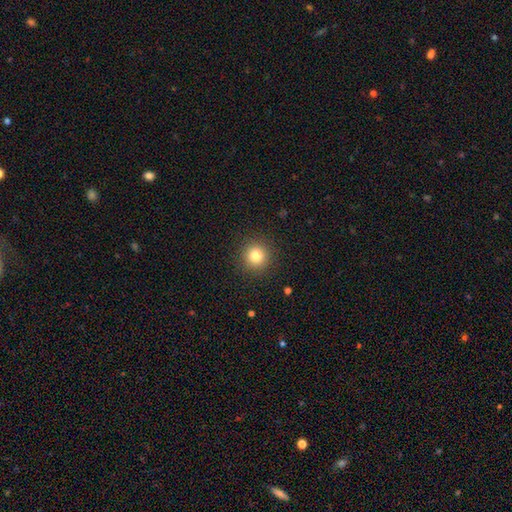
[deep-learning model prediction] This is clearly a smooth galaxy (83%). How rounded: clearly round (94%). Merging: clearly none (90%).